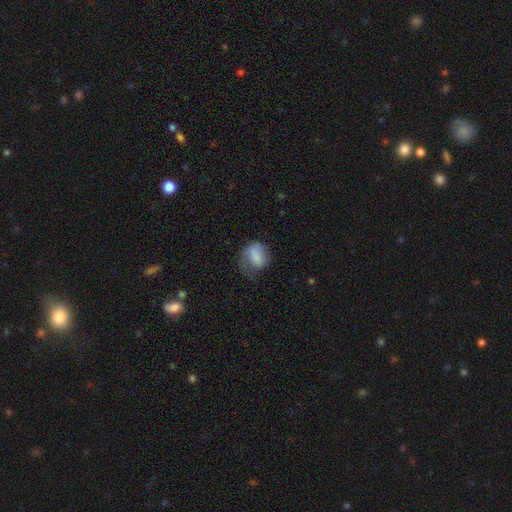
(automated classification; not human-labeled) A smooth galaxy with no disk features (73%) that is in between round and cigar-shaped (56%).

Vote fractions:
- Smooth or featured? smooth: 73% / featured or disk: 19% / star or artifact: 8%
- How rounded? in between: 56% / round: 42% / cigar-shaped: 2%
- Merging? none: 34% (tied) / major disturbance: 34% (tied) / minor disturbance: 29% / merger: 2%